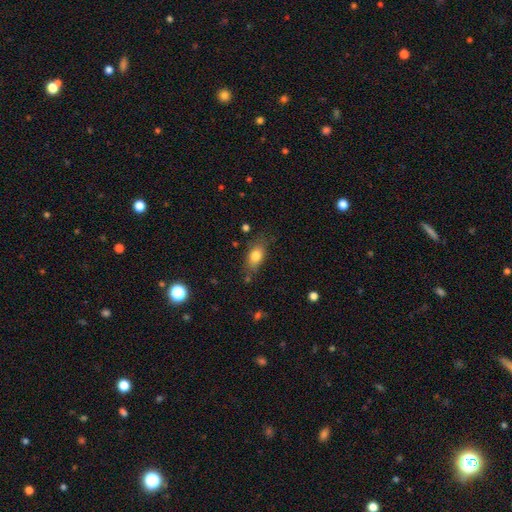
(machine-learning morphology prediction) type=smooth (79%); roundness=in between (82%); merging=none (72%).